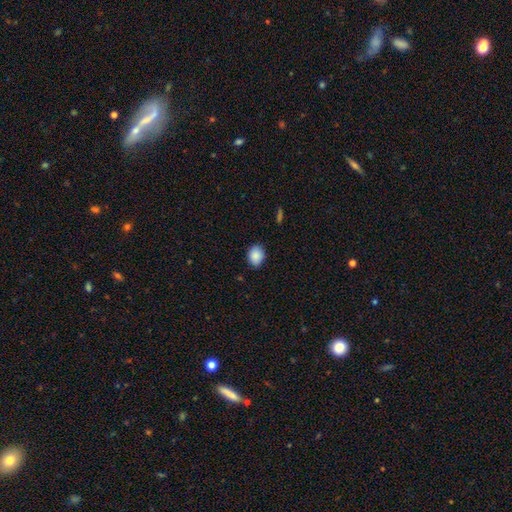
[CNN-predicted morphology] A smooth galaxy with no disk features (88%) that is in between round and cigar-shaped (51%).

Vote fractions:
- Smooth or featured? smooth: 88% / star or artifact: 8% / featured or disk: 4%
- How rounded? in between: 51% / round: 48% / cigar-shaped: 1%
- Merging? none: 83% / minor disturbance: 13% / major disturbance: 2% / merger: 1%